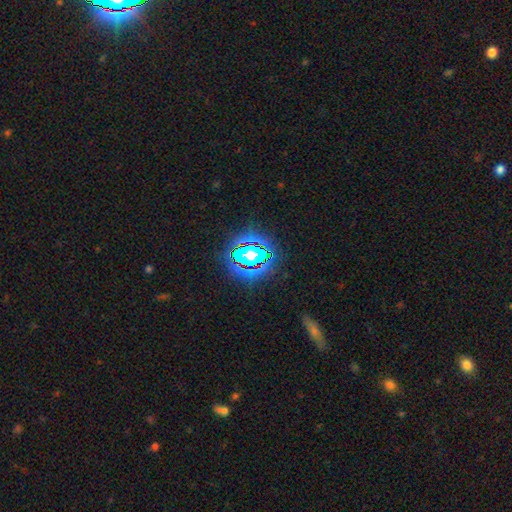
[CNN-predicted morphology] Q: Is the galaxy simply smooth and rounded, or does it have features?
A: star or artifact — 78%.